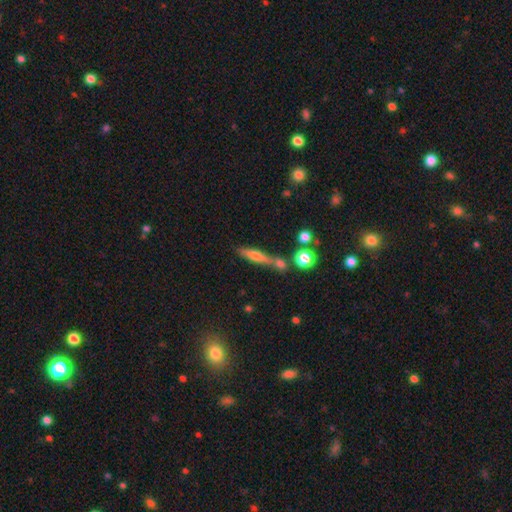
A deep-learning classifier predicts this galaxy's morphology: Q: Smooth or featured?
A: smooth (53%); runner-up: featured or disk (37%)
Q: How rounded?
A: cigar-shaped (80%); runner-up: in between (16%)
Q: Merging?
A: none (58%); runner-up: merger (22%)